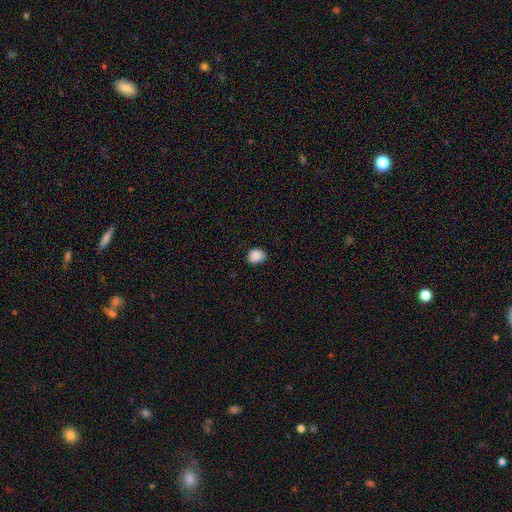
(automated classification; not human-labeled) This is clearly a smooth galaxy (88%). How rounded: possibly round (56%). Merging: clearly none (81%).